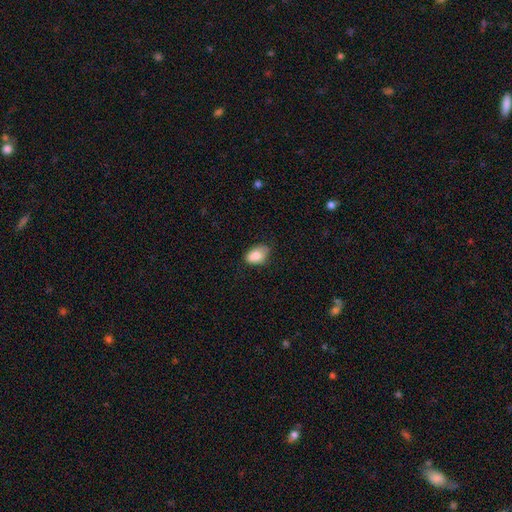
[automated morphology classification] Q: Smooth or featured?
A: smooth (84%); runner-up: featured or disk (8%)
Q: How rounded?
A: in between (87%); runner-up: round (12%)
Q: Merging?
A: none (64%); runner-up: minor disturbance (29%)